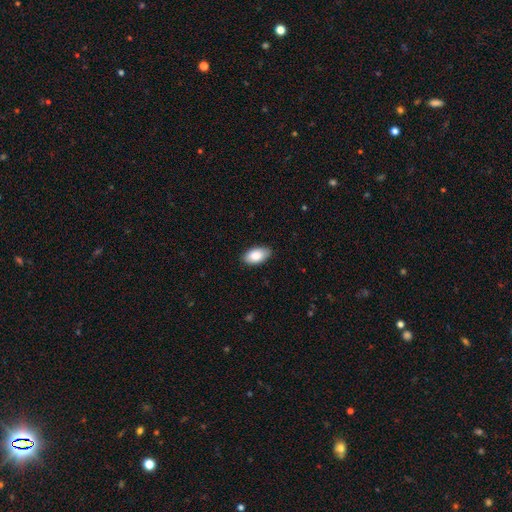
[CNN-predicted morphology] smooth_or_featured: smooth (p=0.86) [alt: featured or disk p=0.08]
how_rounded: in between (p=0.95) [alt: round p=0.03]
merging: none (p=0.86) [alt: minor disturbance p=0.11]